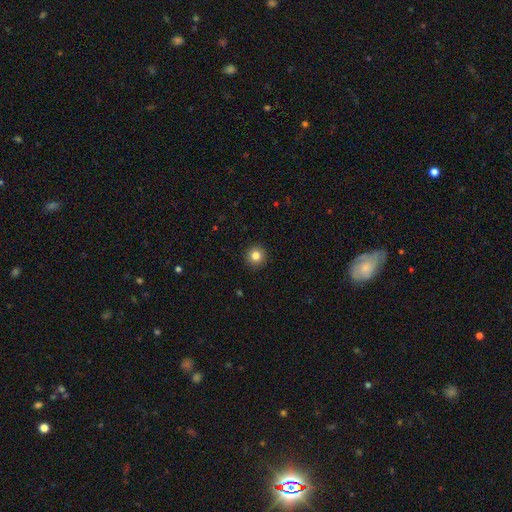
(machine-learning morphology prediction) A smooth galaxy with no disk features (82%) that is round (95%). Merging: none (93%).